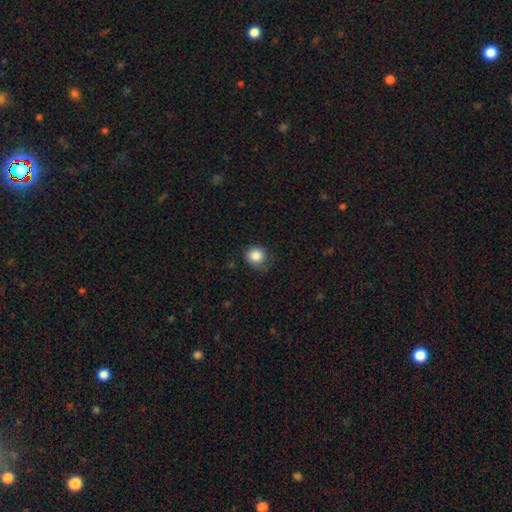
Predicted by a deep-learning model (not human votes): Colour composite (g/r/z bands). It shows a smooth galaxy with no disk features (86%) that is round (86%). Merging: none (68%).